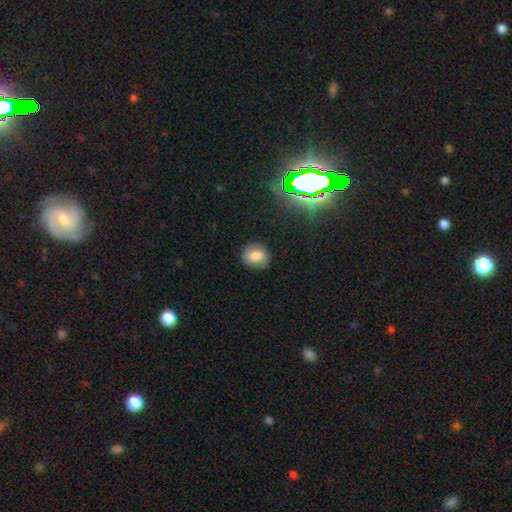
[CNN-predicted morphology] The model was most divided on "how rounded": round: 69%, in between: 30%, cigar-shaped: 1%. More confident: merging — none (82%); smooth or featured — smooth (70%).